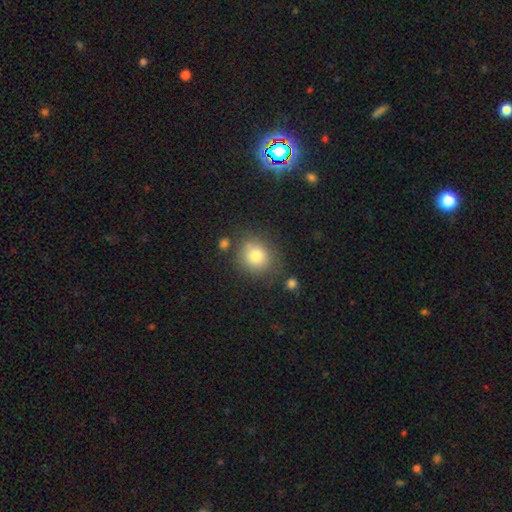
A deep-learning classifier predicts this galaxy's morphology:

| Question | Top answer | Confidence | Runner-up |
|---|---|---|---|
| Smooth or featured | smooth | 79% | featured or disk (11%) |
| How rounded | round | 83% | in between (16%) |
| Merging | none | 75% | minor disturbance (14%) |